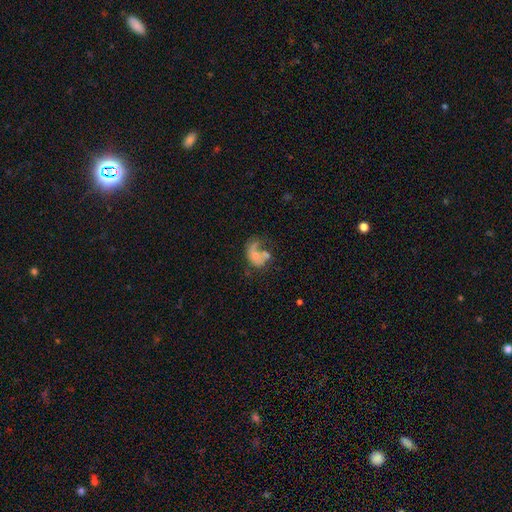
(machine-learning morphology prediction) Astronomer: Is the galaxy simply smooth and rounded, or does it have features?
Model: featured or disk — 49% (runner-up: smooth, 40%).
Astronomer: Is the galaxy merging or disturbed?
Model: major disturbance — 40% (runner-up: merger, 25%).